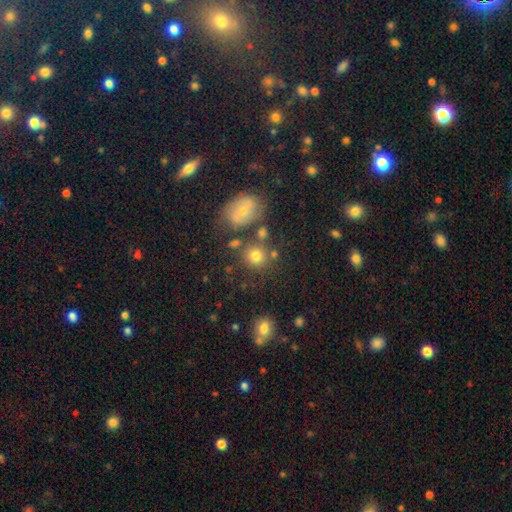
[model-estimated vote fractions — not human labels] Smooth or featured?
  - smooth: 75% *
  - star or artifact: 14%
  - featured or disk: 10%
How rounded?
  - round: 82% *
  - in between: 17%
  - cigar-shaped: 1%
Merging?
  - none: 69% *
  - merger: 14%
  - minor disturbance: 11%
  - major disturbance: 5%